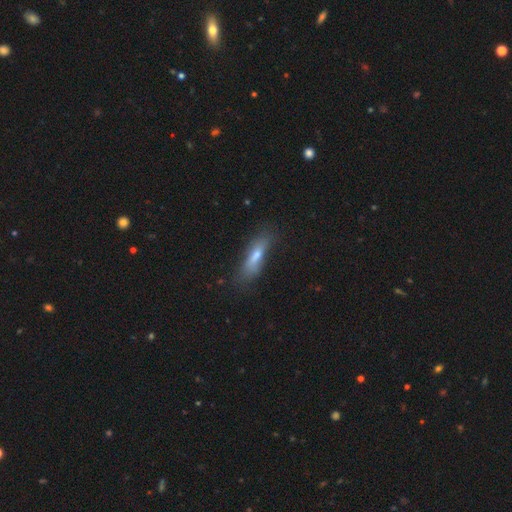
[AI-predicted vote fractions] Smooth or featured? smooth (63%)
How rounded? cigar-shaped (64%)
Merging? none (67%)